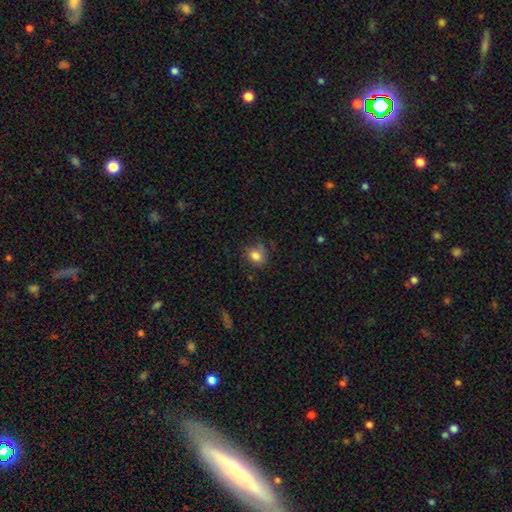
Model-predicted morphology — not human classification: smooth 81%, star or artifact 11%, featured or disk 8%. Down the decision tree: how rounded — round (63%); merging — none (67%).